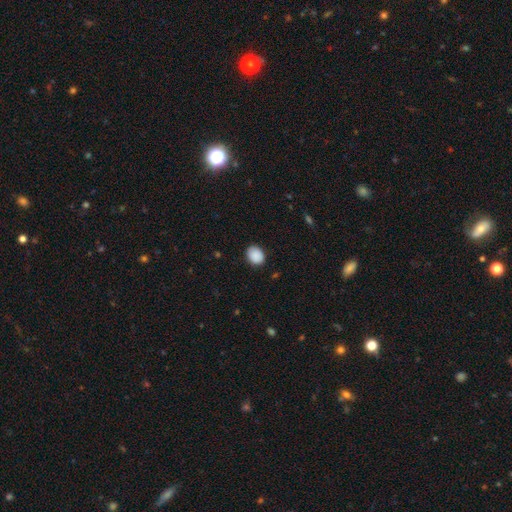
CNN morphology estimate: type=smooth (90%); roundness=in between (52%); merging=none (85%).